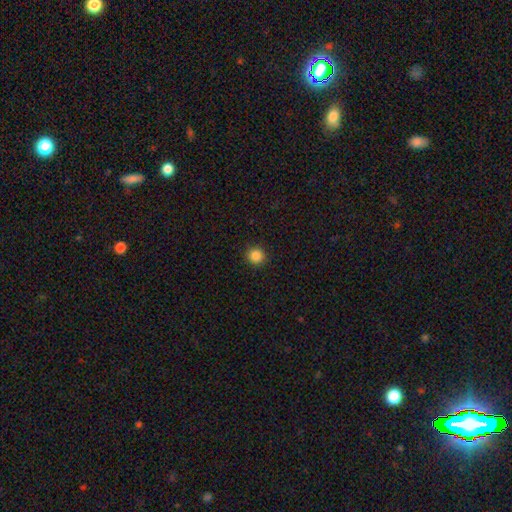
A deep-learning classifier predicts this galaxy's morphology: Overall: smooth (86%). How rounded: round (94%). Merging: none (92%).